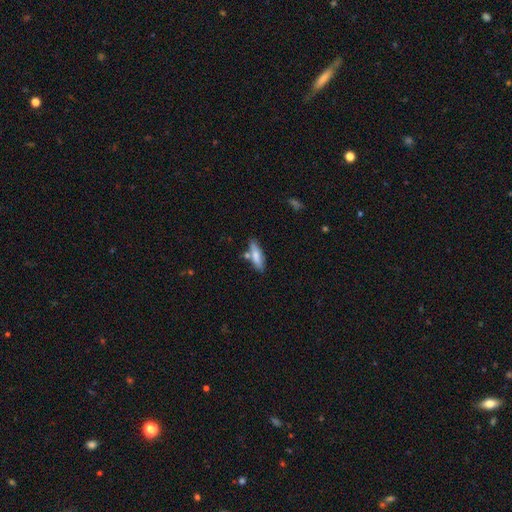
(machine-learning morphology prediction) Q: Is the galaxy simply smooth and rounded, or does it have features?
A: smooth — 71%.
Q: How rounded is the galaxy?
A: cigar-shaped — 54%.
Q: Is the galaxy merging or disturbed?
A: none — 69%.